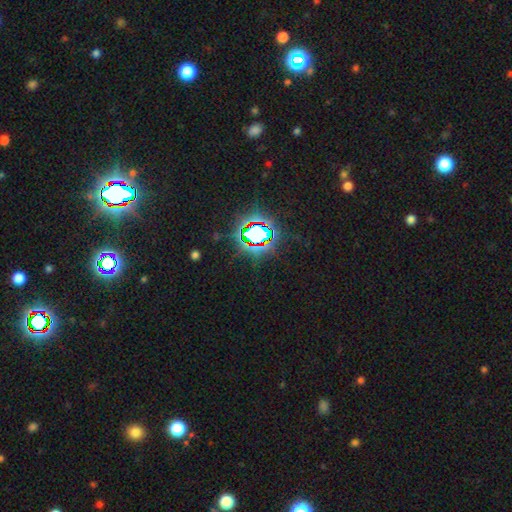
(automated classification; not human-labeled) This is clearly a star or artifact rather than a galaxy (82%).